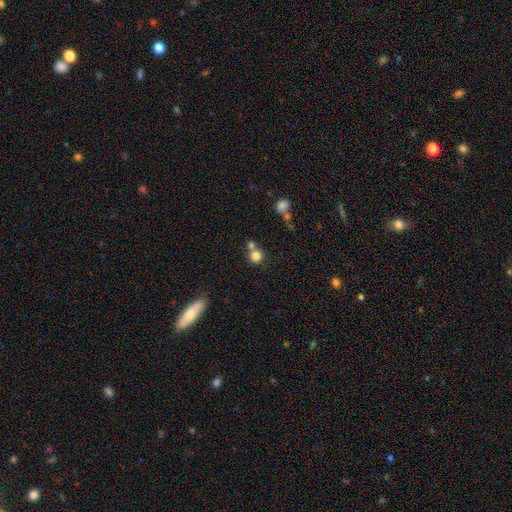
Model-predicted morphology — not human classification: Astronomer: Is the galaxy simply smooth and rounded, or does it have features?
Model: smooth — 80%.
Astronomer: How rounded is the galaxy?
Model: round — 90%.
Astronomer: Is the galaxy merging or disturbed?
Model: none — 55% (runner-up: merger, 33%).